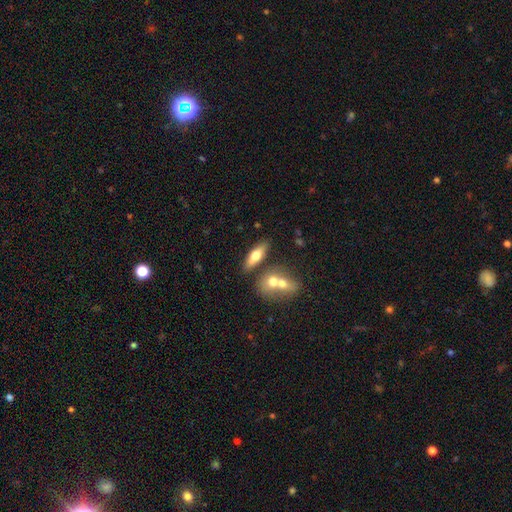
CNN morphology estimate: smooth 57%, featured or disk 36%, star or artifact 7%. Down the decision tree: how rounded — in between (55%); merging — none (65%).